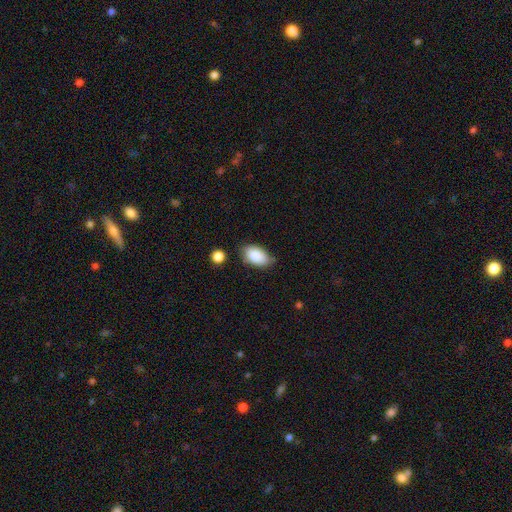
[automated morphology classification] smooth-or-featured: smooth: 85% | featured or disk: 8% | star or artifact: 7%
  how-rounded: in between: 93% | round: 6% | cigar-shaped: 2%
  merging: none: 68% | minor disturbance: 24% | major disturbance: 4% | merger: 4%